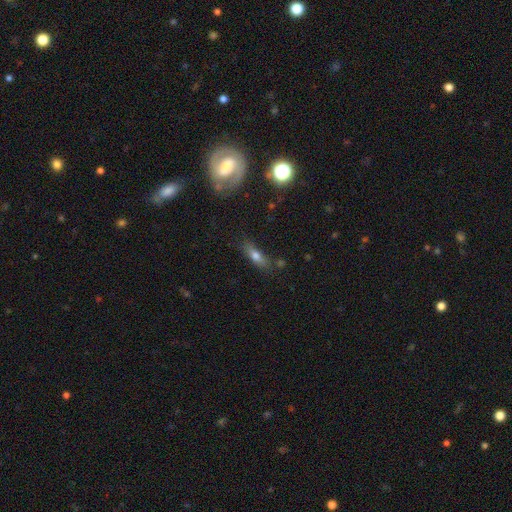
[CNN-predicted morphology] smooth 66%, featured or disk 24%, star or artifact 10%. Down the decision tree: how rounded — cigar-shaped (50%); merging — none (73%).